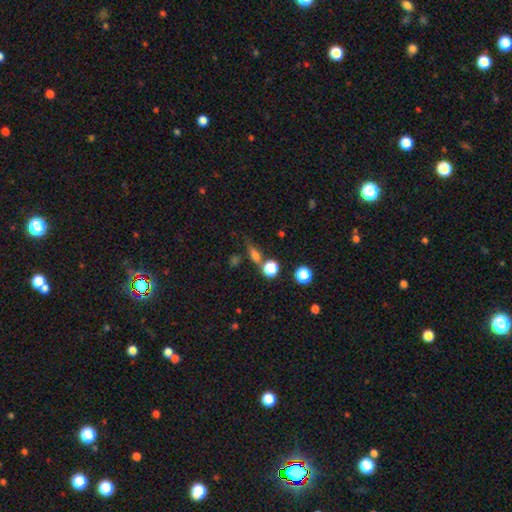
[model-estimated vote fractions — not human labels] A smooth galaxy with no disk features (58%) that is round (37%). Merging: none (62%).